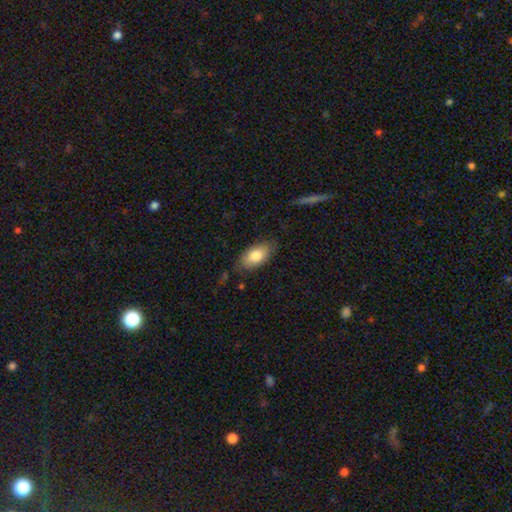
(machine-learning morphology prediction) smooth 80%, featured or disk 13%, star or artifact 6%. Down the decision tree: how rounded — in between (92%); merging — none (78%).